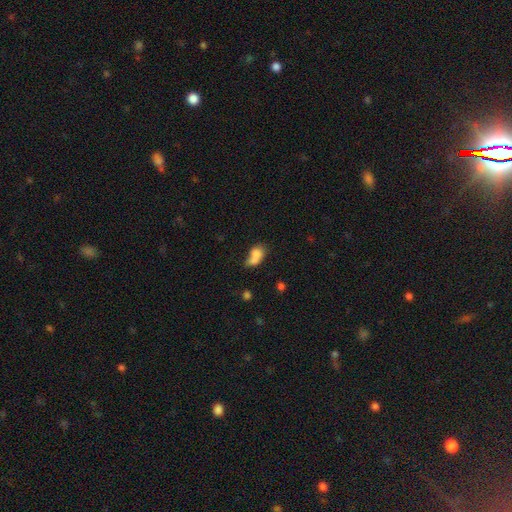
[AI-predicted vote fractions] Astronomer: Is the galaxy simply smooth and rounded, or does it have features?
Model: smooth — 74%.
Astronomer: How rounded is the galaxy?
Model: in between — 71%.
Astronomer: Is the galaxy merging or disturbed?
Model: merger — 57%.